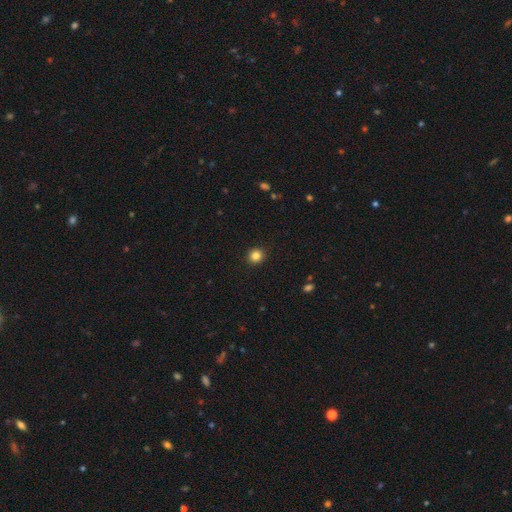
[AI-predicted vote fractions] smooth_or_featured: smooth (p=0.84) [alt: star or artifact p=0.11]
how_rounded: round (p=0.91) [alt: in between p=0.08]
merging: none (p=0.93) [alt: minor disturbance p=0.05]